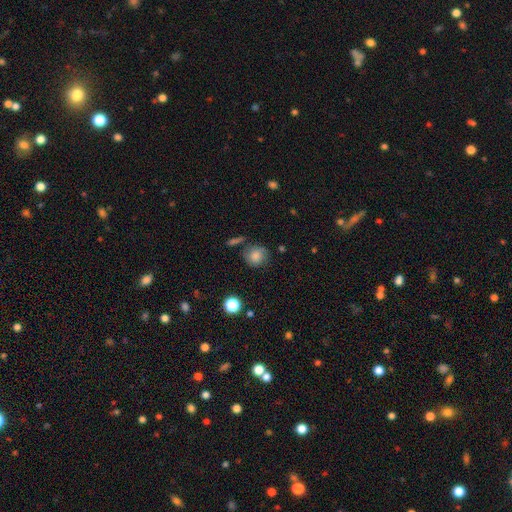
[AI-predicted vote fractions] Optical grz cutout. It shows a smooth galaxy with no disk features (78%) that is round (84%). Merging: none (70%).